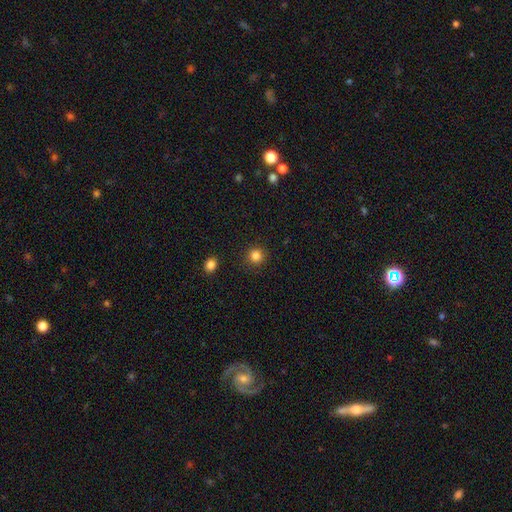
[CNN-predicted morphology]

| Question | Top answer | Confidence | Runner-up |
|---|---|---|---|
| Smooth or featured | smooth | 84% | star or artifact (12%) |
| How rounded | round | 94% | in between (6%) |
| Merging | none | 91% | minor disturbance (5%) |